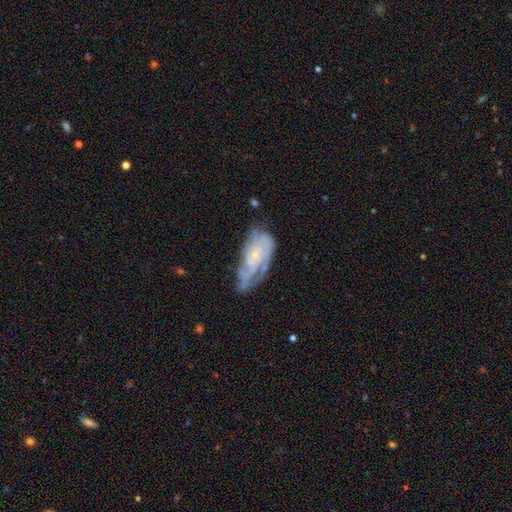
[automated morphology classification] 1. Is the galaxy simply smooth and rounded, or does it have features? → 75% featured or disk, 18% smooth, 7% star or artifact.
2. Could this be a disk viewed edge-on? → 94% no, 6% yes.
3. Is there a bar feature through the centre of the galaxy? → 74% no, 22% weak, 5% strong.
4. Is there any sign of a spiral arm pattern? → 86% yes, 14% no.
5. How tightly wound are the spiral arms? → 59% tight, 31% medium, 10% loose.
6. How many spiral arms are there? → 44% can't tell, 24% 2, 15% 3, 7% 4, 6% 1, 4% more than 4.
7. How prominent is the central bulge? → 76% small, 16% moderate, 6% none, 1% large, 1% dominant.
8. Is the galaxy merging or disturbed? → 52% none, 29% minor disturbance, 16% major disturbance, 3% merger.